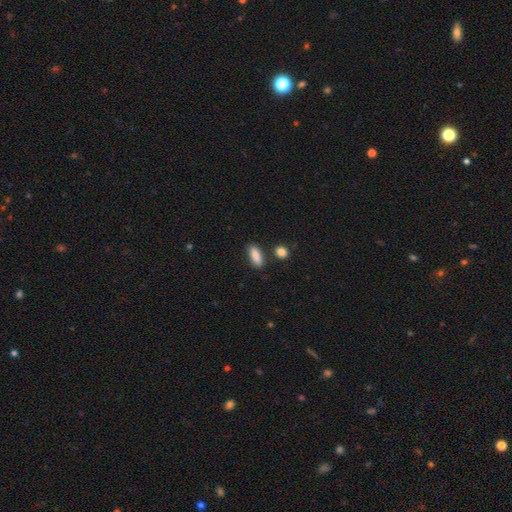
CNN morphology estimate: A smooth galaxy with no disk features (88%) that is in between round and cigar-shaped (72%).

Vote fractions:
- Smooth or featured? smooth: 88% / star or artifact: 7% / featured or disk: 5%
- How rounded? in between: 72% / cigar-shaped: 24% / round: 4%
- Merging? none: 81% / minor disturbance: 11% / merger: 5% / major disturbance: 3%